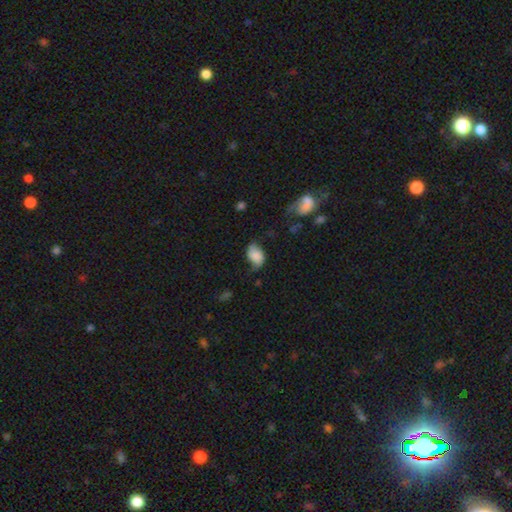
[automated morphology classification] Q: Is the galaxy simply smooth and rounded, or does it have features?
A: smooth — 64%.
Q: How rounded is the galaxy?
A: in between — 82%.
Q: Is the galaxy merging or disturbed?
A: none — 49%.